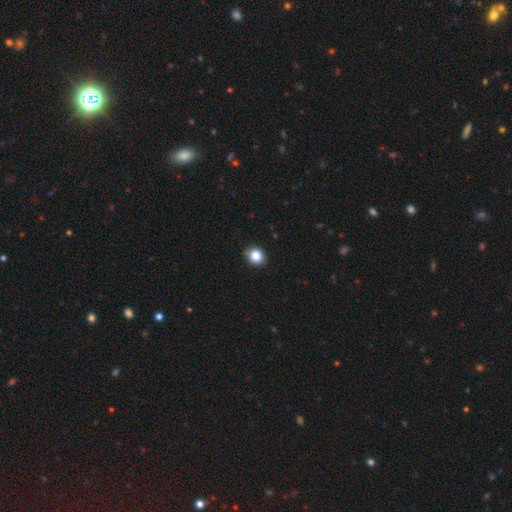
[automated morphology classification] This is clearly a smooth galaxy (86%). How rounded: likely round (75%). Merging: clearly none (85%).